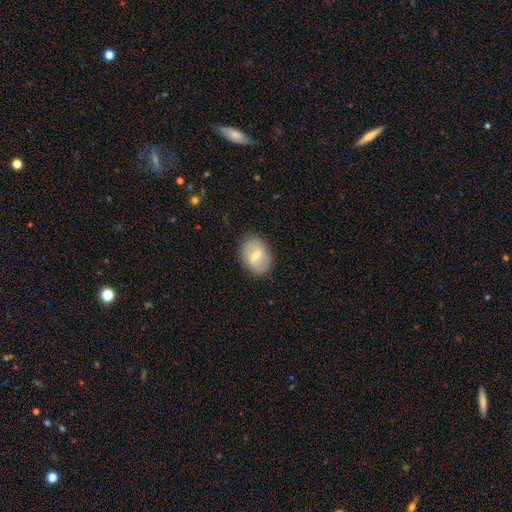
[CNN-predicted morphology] smooth-or-featured: smooth: 52% | featured or disk: 41% | star or artifact: 7%
  how-rounded: in between: 62% | round: 37% | cigar-shaped: 1%
  merging: none: 84% | minor disturbance: 12% | major disturbance: 3% | merger: 1%